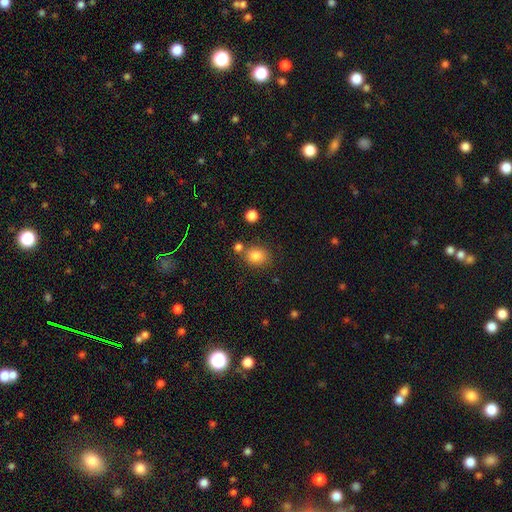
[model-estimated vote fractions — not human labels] A smooth galaxy with no disk features (83%) that is round (62%).

Vote fractions:
- Smooth or featured? smooth: 83% / star or artifact: 11% / featured or disk: 6%
- How rounded? round: 62% / in between: 37% / cigar-shaped: 1%
- Merging? none: 69% / minor disturbance: 13% / merger: 13% / major disturbance: 4%